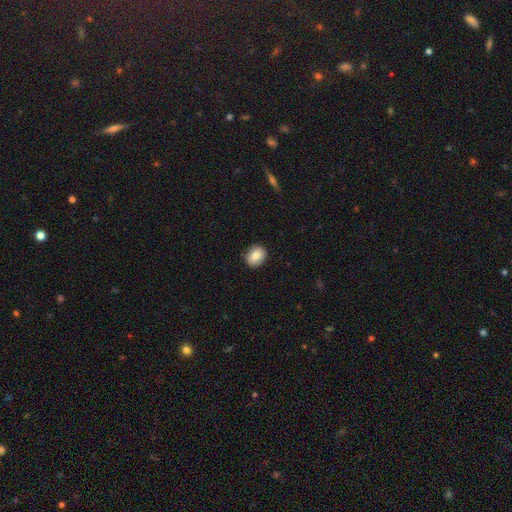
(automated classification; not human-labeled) smooth_or_featured: smooth (p=0.83) [alt: featured or disk p=0.09]
how_rounded: round (p=0.53) [alt: in between p=0.46]
merging: none (p=0.89) [alt: minor disturbance p=0.08]